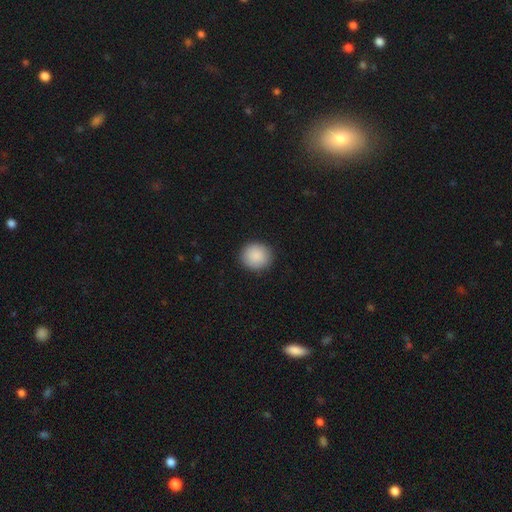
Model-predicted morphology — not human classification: Smooth or featured? smooth (90%)
How rounded? round (85%)
Merging? none (90%)